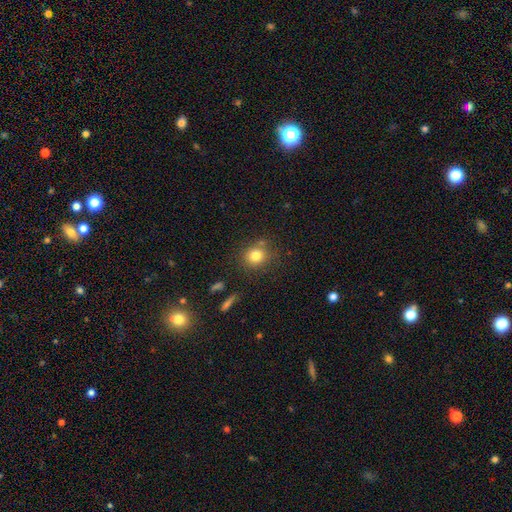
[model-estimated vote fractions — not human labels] This appears to be a smooth galaxy with no disk features (81%) that is round (85%). Merging: none (76%).